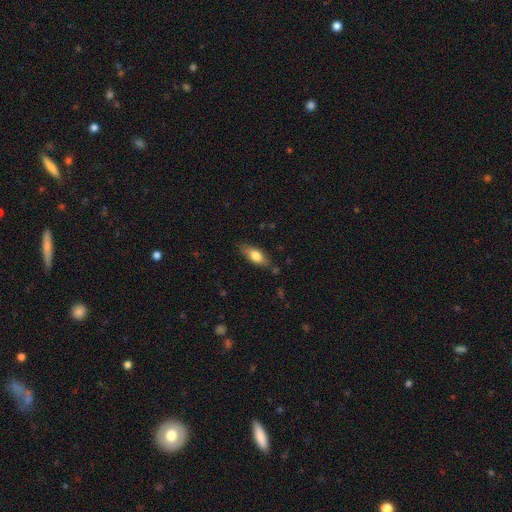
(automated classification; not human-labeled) Smooth or featured? Predicted: smooth (p=0.74). How rounded? Predicted: in between (p=0.76). Merging? Predicted: none (p=0.74).